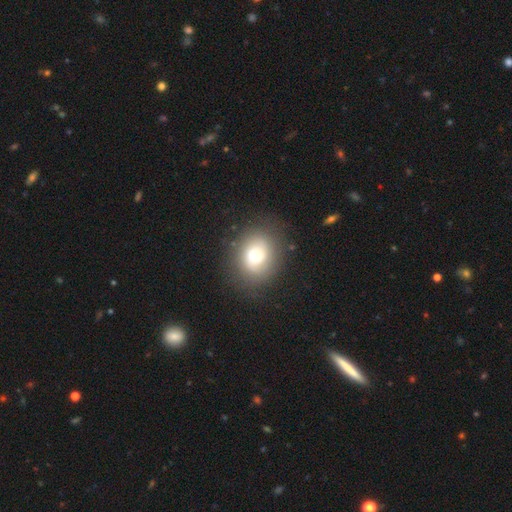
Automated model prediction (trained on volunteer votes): Smooth or featured? Predicted: smooth (p=0.50). How rounded? Predicted: round (p=0.62). Merging? Predicted: none (p=0.77).